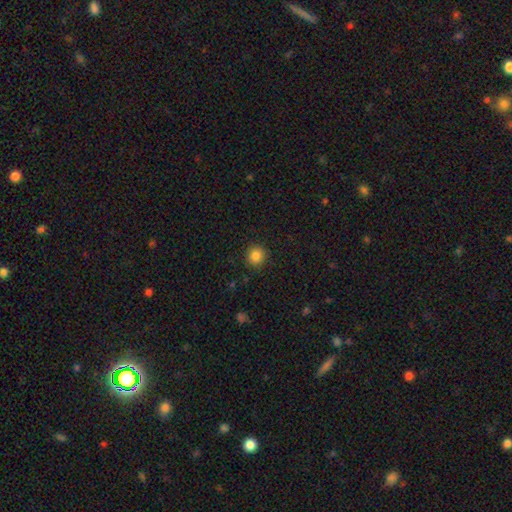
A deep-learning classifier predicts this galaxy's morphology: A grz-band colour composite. It shows a smooth galaxy with no disk features (85%) that is round (92%). Merging: none (91%).